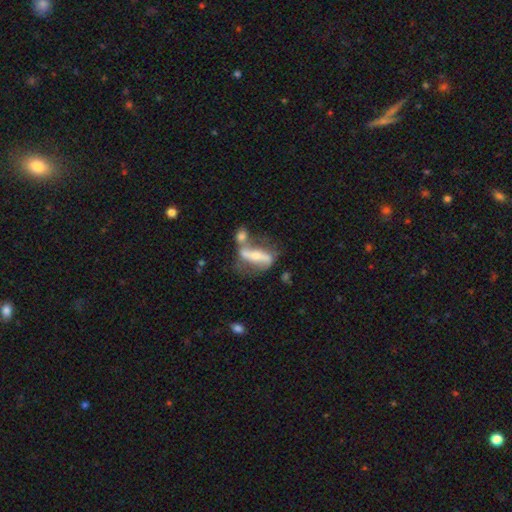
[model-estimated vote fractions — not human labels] Smooth or featured?
  - featured or disk: 66% *
  - smooth: 26%
  - star or artifact: 7%
Edge-on disk?
  - no: 80% *
  - yes: 20%
Bar?
  - strong: 54% *
  - no: 27%
  - weak: 19%
Spiral arms?
  - yes: 67% *
  - no: 33%
Bulge size?
  - small: 47% *
  - moderate: 39%
  - none: 7%
  - large: 5%
  - dominant: 2%
Merging?
  - merger: 39% *
  - none: 33%
  - minor disturbance: 14%
  - major disturbance: 13%